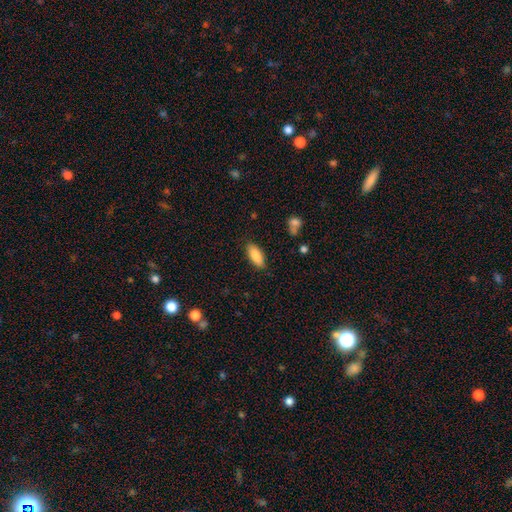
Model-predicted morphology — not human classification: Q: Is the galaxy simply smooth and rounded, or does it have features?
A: smooth — 87%.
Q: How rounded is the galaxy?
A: in between — 81%.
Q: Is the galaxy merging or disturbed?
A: none — 86%.